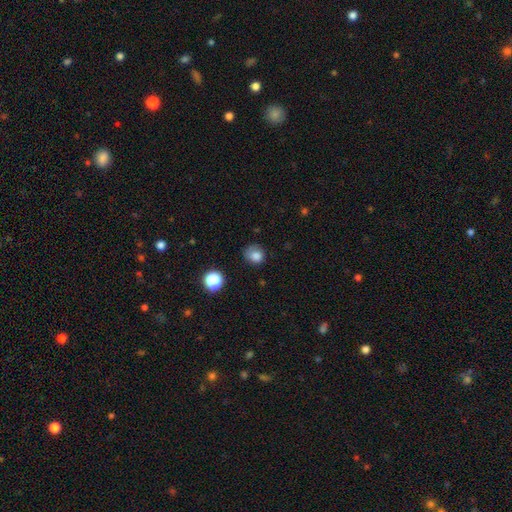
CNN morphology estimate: This appears to be a smooth galaxy with no disk features (80%) that is round (75%). Merging: none (60%).